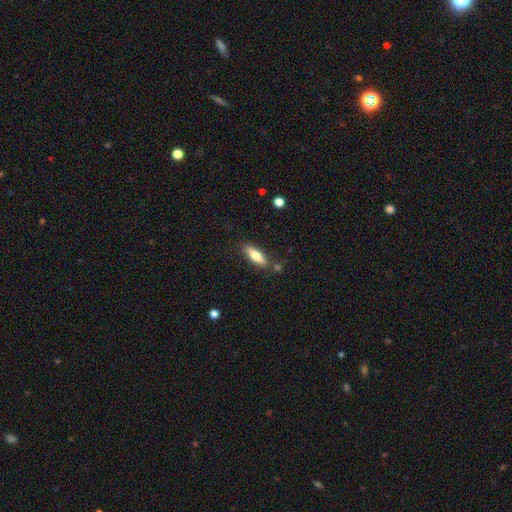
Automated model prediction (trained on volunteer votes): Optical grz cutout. It shows a smooth galaxy with no disk features (69%) that is in between round and cigar-shaped (50%). Merging: none (78%).